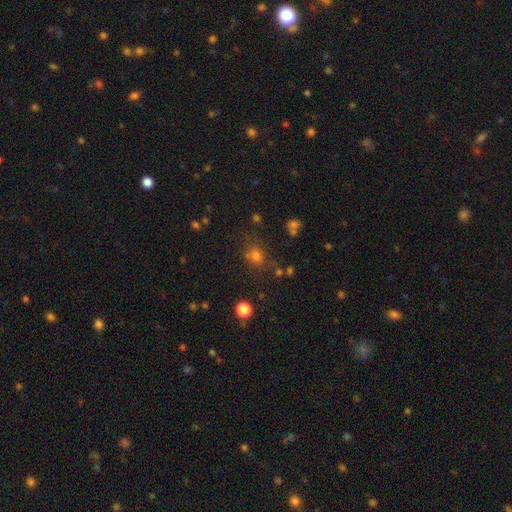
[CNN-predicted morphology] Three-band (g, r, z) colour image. It shows a smooth galaxy with no disk features (68%) that is round (74%). Merging: none (70%).